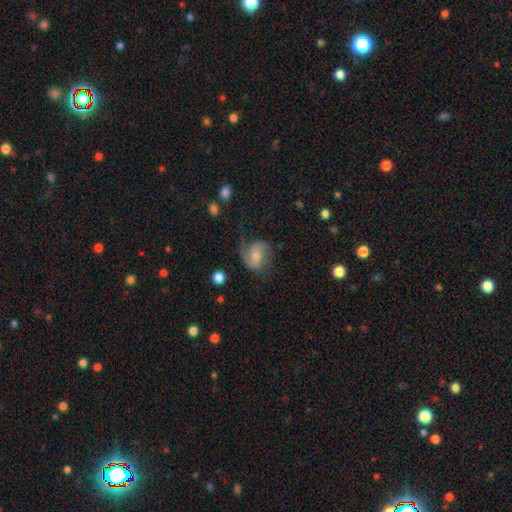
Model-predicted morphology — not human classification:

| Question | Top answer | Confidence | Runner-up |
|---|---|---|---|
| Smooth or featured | featured or disk | 73% | smooth (20%) |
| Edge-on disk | no | 97% | yes (3%) |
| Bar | no | 53% | weak (38%) |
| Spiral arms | yes | 94% | no (6%) |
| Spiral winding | medium | 46% | loose (37%) |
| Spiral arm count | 2 | 78% | 1 (10%) |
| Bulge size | moderate | 53% | small (38%) |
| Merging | none | 59% | minor disturbance (22%) |